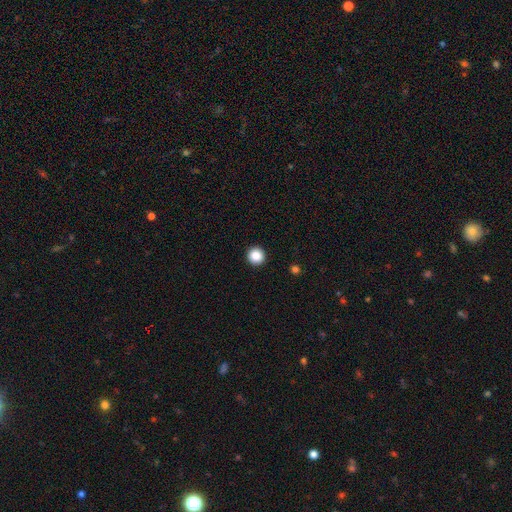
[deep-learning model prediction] Q: Smooth or featured?
A: smooth (87%); runner-up: star or artifact (10%)
Q: How rounded?
A: round (96%); runner-up: in between (3%)
Q: Merging?
A: none (94%); runner-up: minor disturbance (4%)